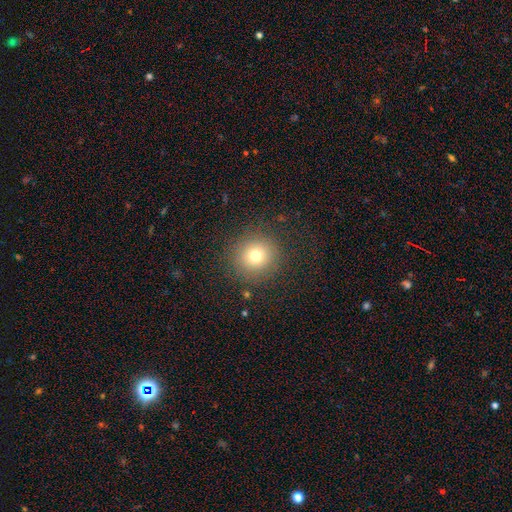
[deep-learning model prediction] smooth-or-featured: smooth: 73% | star or artifact: 16% | featured or disk: 11%
  how-rounded: round: 93% | in between: 6% | cigar-shaped: 1%
  merging: none: 87% | minor disturbance: 8% | major disturbance: 4% | merger: 1%